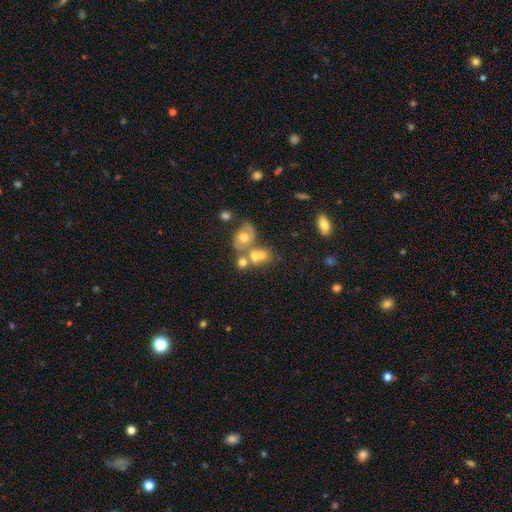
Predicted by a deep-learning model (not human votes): Q: Smooth or featured?
A: smooth (47%); runner-up: featured or disk (35%)
Q: Merging?
A: merger (47%); runner-up: none (31%)